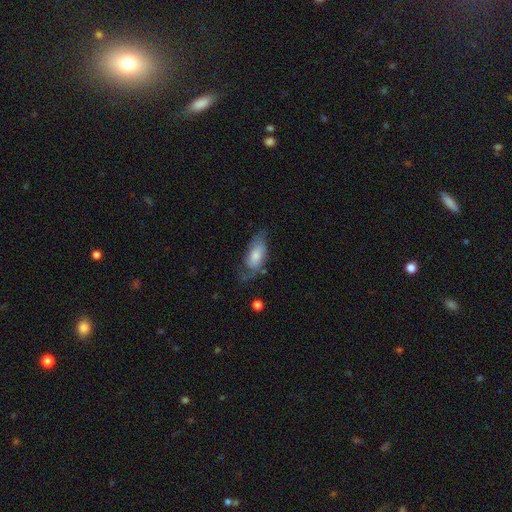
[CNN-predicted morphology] This appears to be a smooth galaxy with no disk features (49%). Merging: none (50%).